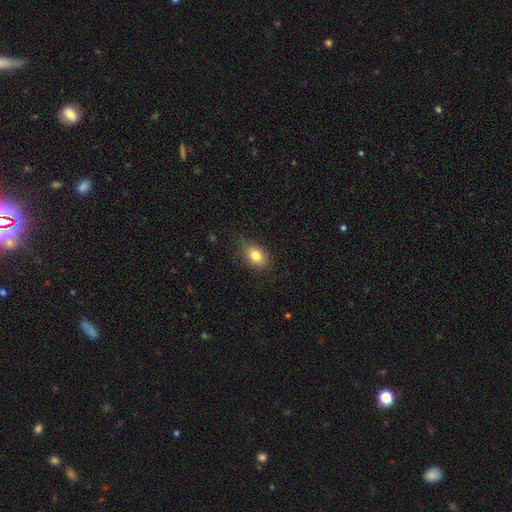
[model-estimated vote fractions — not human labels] The model was most divided on "how rounded": in between: 75%, round: 23%, cigar-shaped: 2%. More confident: smooth or featured — smooth (80%); merging — none (76%).